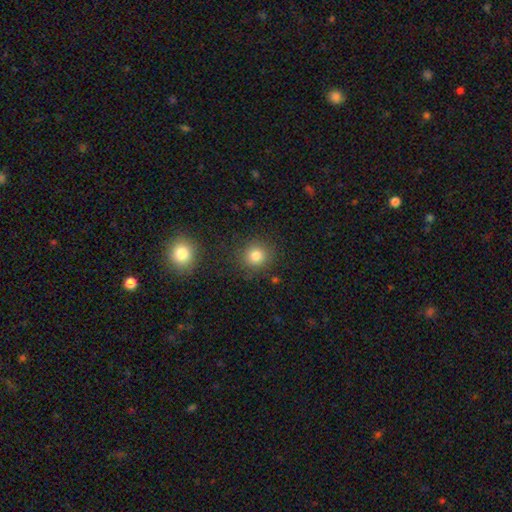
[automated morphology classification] Overall: smooth (81%). How rounded: round (89%). Merging: none (86%).